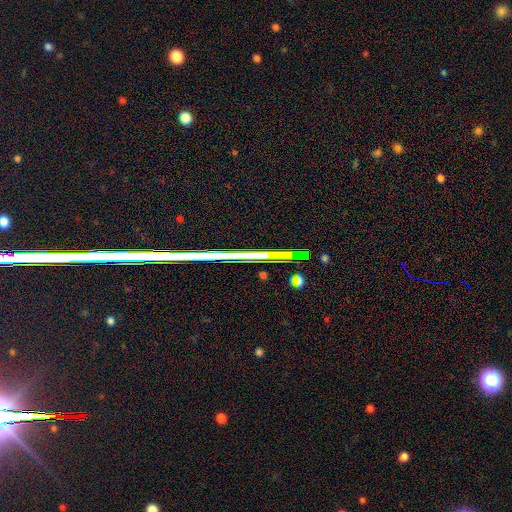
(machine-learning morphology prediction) This appears to be a star or artifact, not a galaxy (77%).